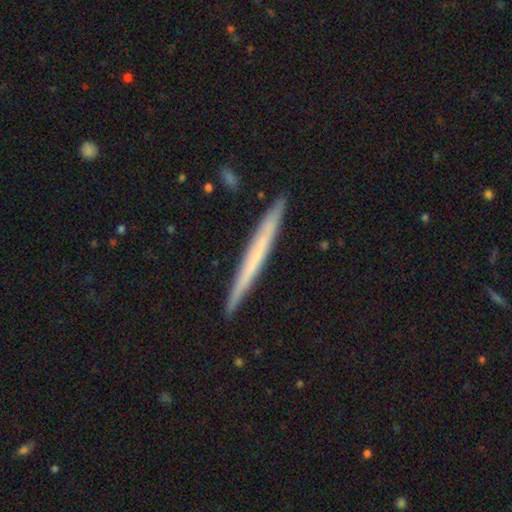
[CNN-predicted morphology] smooth_or_featured: smooth (p=0.47) [alt: featured or disk p=0.46]
merging: none (p=0.91) [alt: minor disturbance p=0.07]